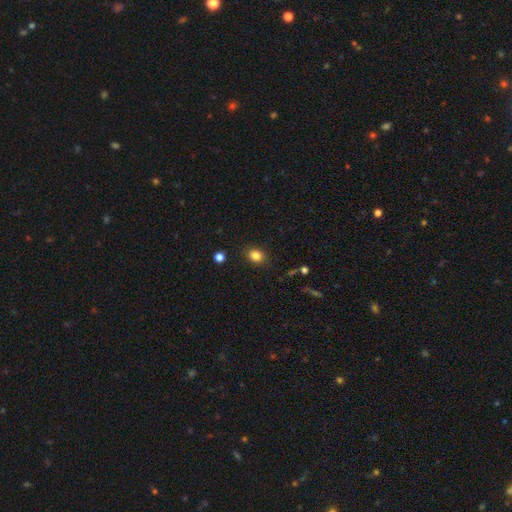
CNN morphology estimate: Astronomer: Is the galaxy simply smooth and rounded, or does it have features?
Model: smooth — 84%.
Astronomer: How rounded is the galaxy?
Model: round — 52% (runner-up: in between, 48%).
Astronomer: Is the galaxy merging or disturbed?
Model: none — 88%.